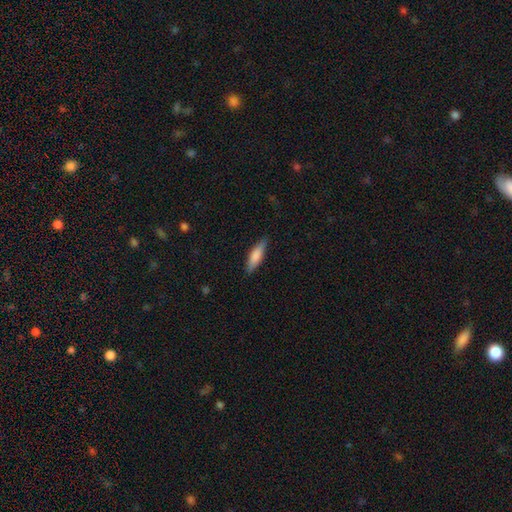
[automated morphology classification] type=smooth (78%); roundness=cigar-shaped (60%); merging=none (85%).